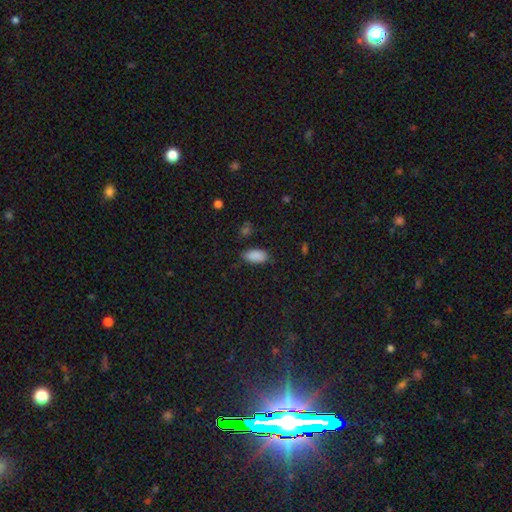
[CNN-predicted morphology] The model was most divided on "merging": none: 82%, minor disturbance: 13%, major disturbance: 3%, merger: 2%. More confident: how rounded — in between (93%); smooth or featured — smooth (88%).